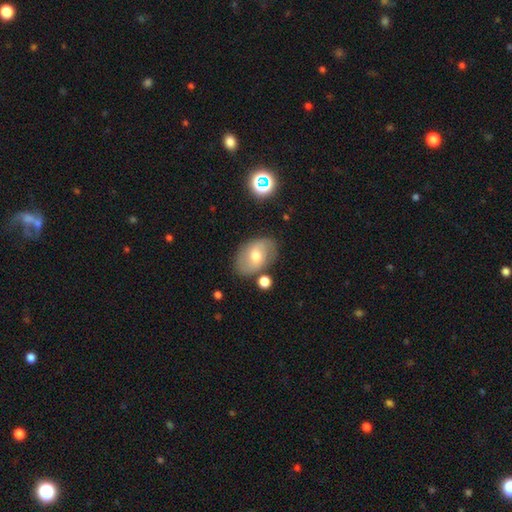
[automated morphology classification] smooth 52%, featured or disk 39%, star or artifact 9%. Down the decision tree: how rounded — in between (84%); merging — none (76%).